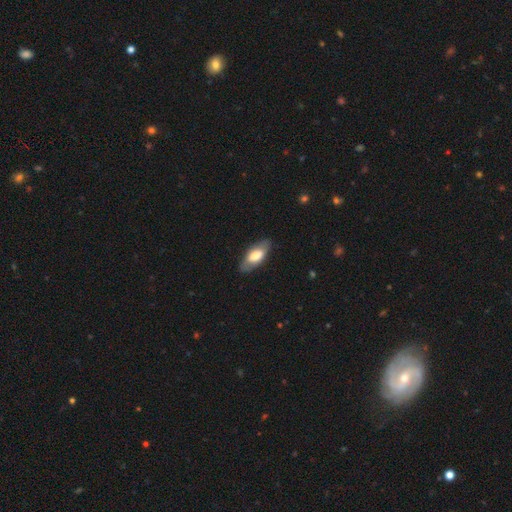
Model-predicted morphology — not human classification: The model was most divided on "smooth or featured": smooth: 66%, featured or disk: 29%, star or artifact: 6%. More confident: how rounded — in between (83%); merging — none (82%).